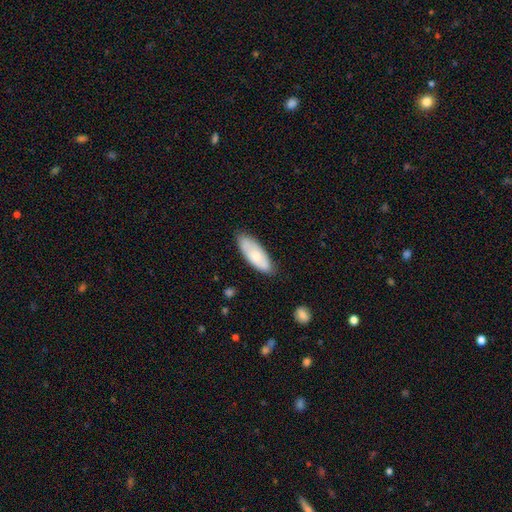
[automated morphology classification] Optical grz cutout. It shows a smooth galaxy with no disk features (69%) that is in between round and cigar-shaped (74%). Merging: none (78%).